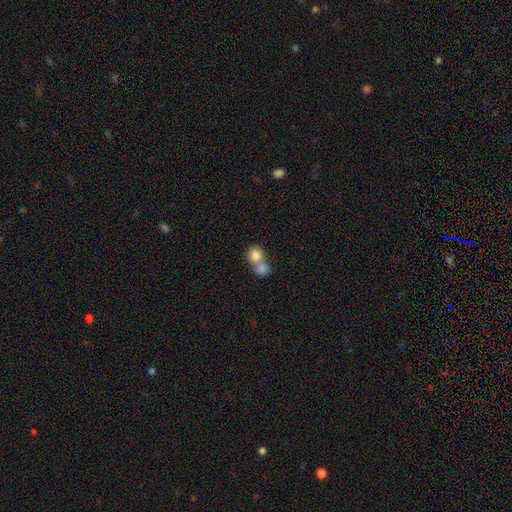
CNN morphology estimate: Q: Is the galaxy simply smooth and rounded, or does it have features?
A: smooth — 81%.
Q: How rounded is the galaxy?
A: round — 76%.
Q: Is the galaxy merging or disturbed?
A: merger — 67%.